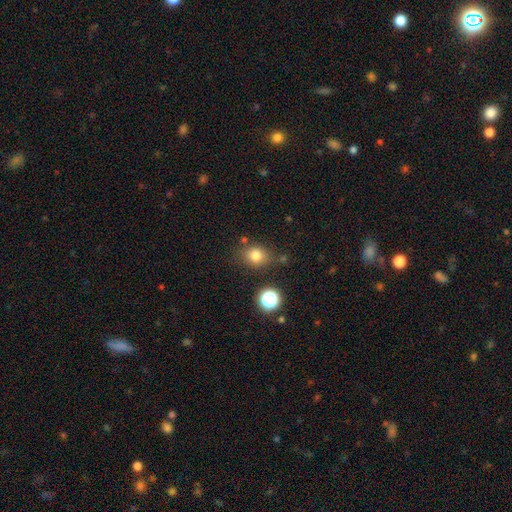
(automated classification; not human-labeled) Overall: smooth (78%). How rounded: round (59%; in between 40%). Merging: none (73%).